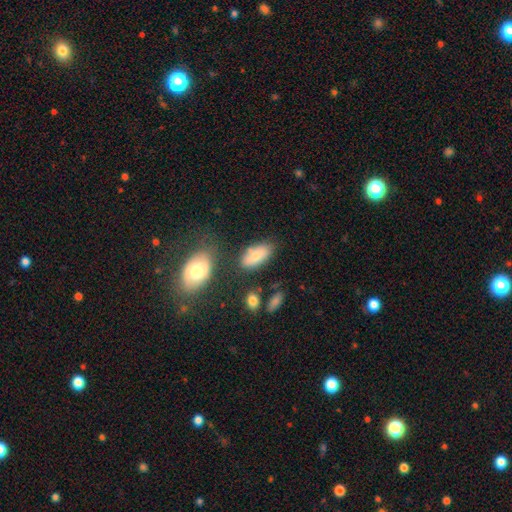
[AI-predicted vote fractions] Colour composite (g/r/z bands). It shows a smooth galaxy with no disk features (75%) that is in between round and cigar-shaped (91%). Merging: none (65%).